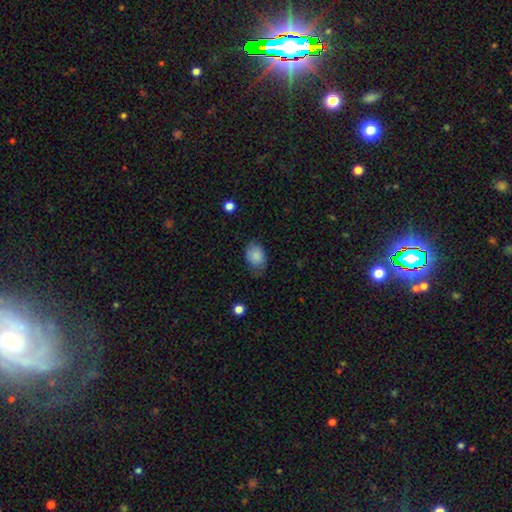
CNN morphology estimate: smooth 85%, featured or disk 8%, star or artifact 8%. Down the decision tree: how rounded — in between (71%); merging — none (63%).